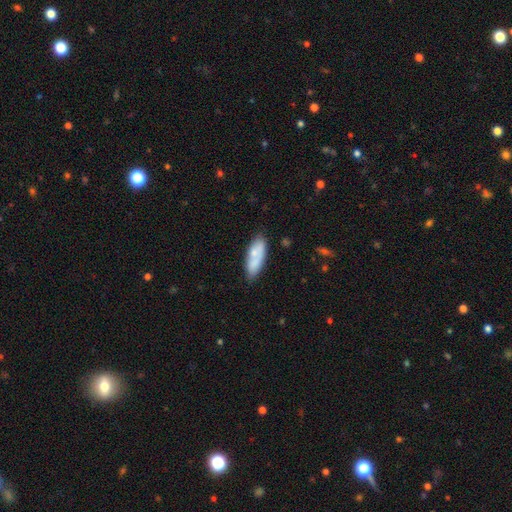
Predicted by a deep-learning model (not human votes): This appears to be a smooth galaxy with no disk features (70%) that is in between round and cigar-shaped (72%). Merging: none (66%).